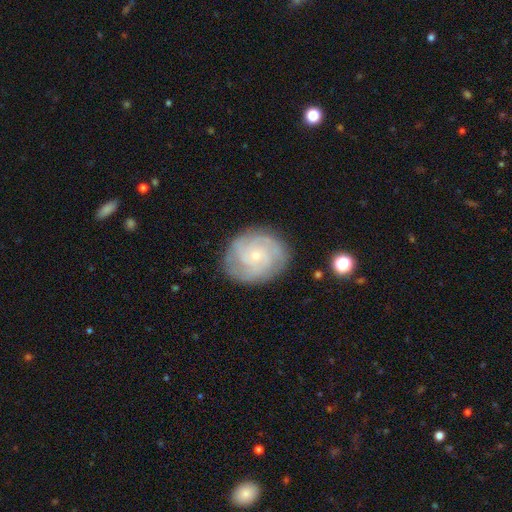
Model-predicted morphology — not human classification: Smooth or featured? Predicted: featured or disk (p=0.77). Edge-on disk? Predicted: no (p=0.98). Bar? Predicted: no (p=0.75). Spiral arms? Predicted: yes (p=0.96). Spiral winding? Predicted: tight (p=0.64). Spiral arm count? Predicted: 3 (p=0.28). Bulge size? Predicted: small (p=0.78). Merging? Predicted: none (p=0.82).